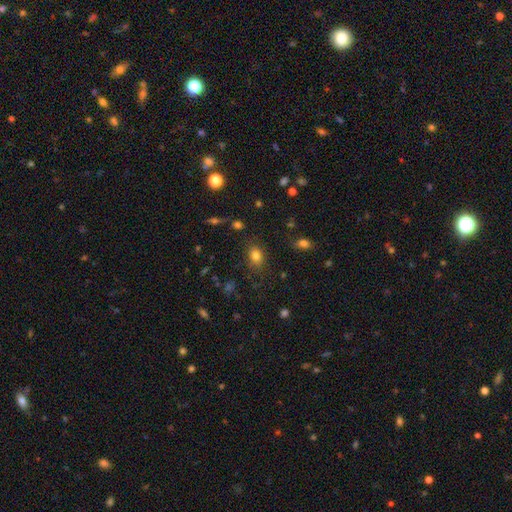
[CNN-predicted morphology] A smooth galaxy with no disk features (80%) that is in between round and cigar-shaped (70%). Merging: none (81%).